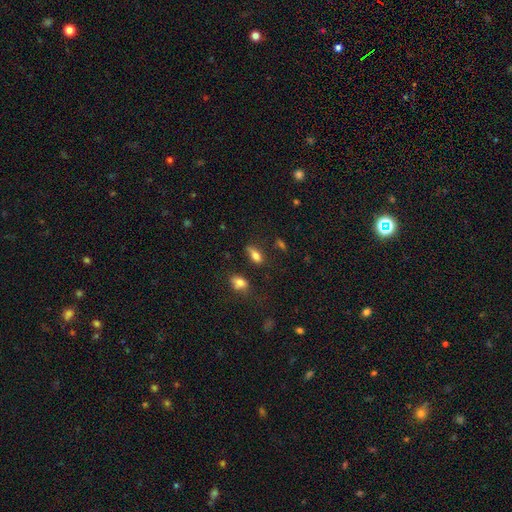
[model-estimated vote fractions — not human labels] Smooth or featured? smooth (74%)
How rounded? in between (79%)
Merging? none (62%)